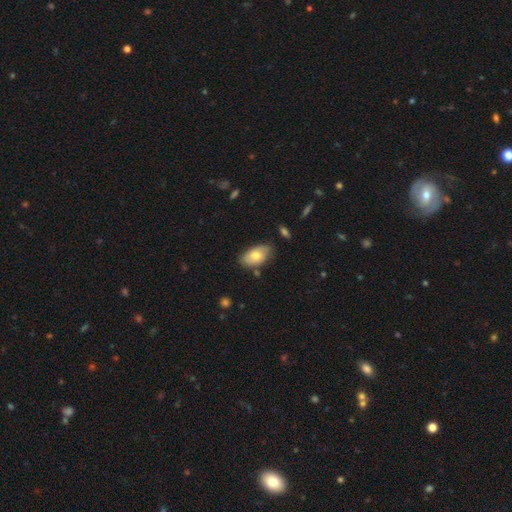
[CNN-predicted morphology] This appears to be a smooth galaxy with no disk features (66%) that is in between round and cigar-shaped (93%). Merging: none (71%).